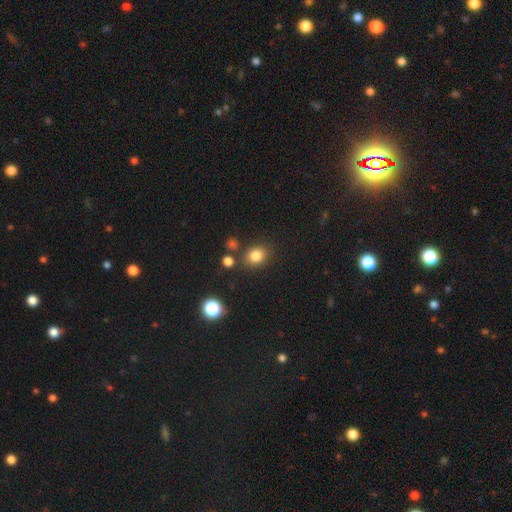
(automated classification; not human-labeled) smooth_or_featured: smooth (p=0.82) [alt: star or artifact p=0.13]
how_rounded: round (p=0.60) [alt: in between p=0.39]
merging: none (p=0.79) [alt: minor disturbance p=0.11]